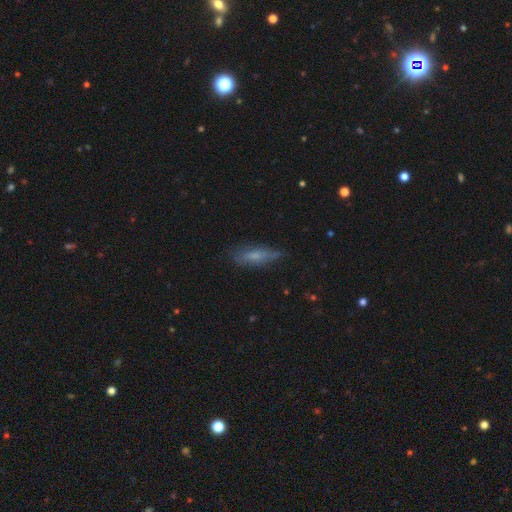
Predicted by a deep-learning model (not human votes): A smooth galaxy with no disk features (58%) that is cigar-shaped (51%).

Vote fractions:
- Smooth or featured? smooth: 58% / featured or disk: 32% / star or artifact: 10%
- How rounded? cigar-shaped: 51% / in between: 46% / round: 2%
- Merging? none: 66% / minor disturbance: 25% / major disturbance: 7% / merger: 2%